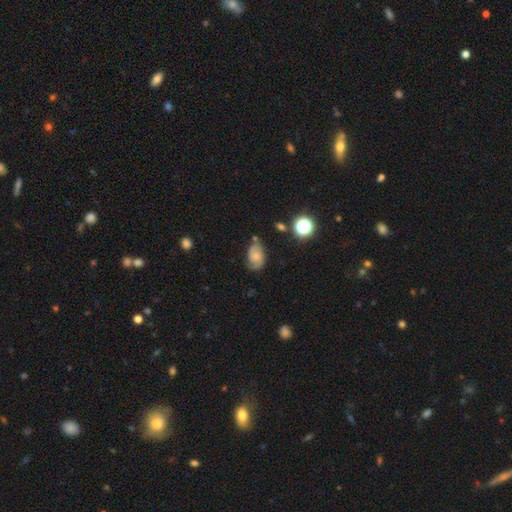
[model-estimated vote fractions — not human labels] This is possibly a featured or disk galaxy (48%). Merging: likely none (62%).